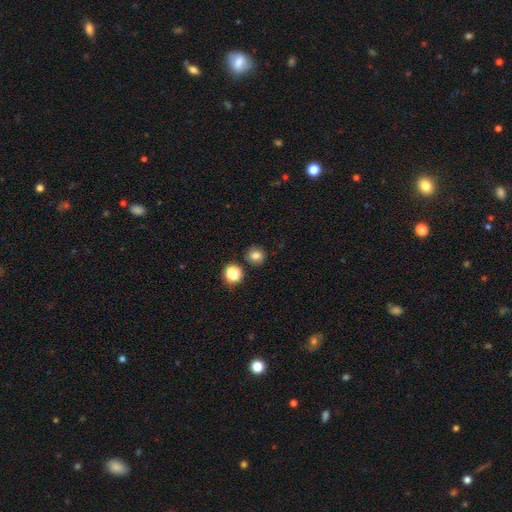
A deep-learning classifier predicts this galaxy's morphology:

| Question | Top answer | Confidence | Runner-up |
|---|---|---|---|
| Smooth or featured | smooth | 77% | star or artifact (15%) |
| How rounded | round | 81% | in between (18%) |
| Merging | none | 84% | minor disturbance (8%) |